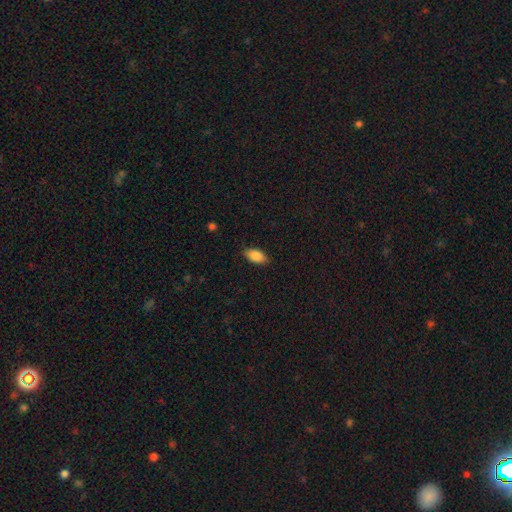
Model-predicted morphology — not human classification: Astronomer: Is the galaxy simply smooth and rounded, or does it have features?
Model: smooth — 86%.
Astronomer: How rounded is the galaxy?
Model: in between — 92%.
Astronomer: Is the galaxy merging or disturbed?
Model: none — 85%.